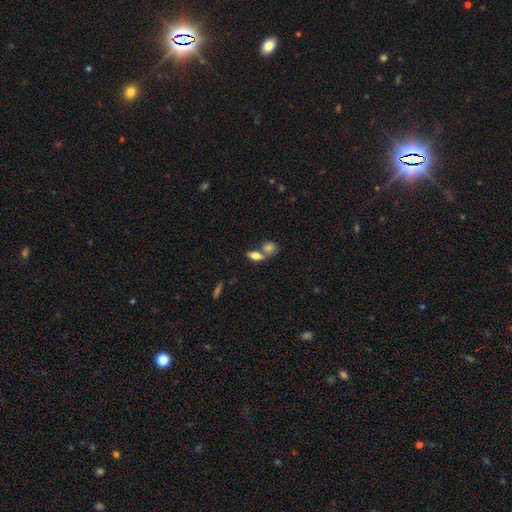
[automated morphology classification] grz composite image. It shows a smooth galaxy with no disk features (71%) that is in between round and cigar-shaped (76%). Merging: none (45%).